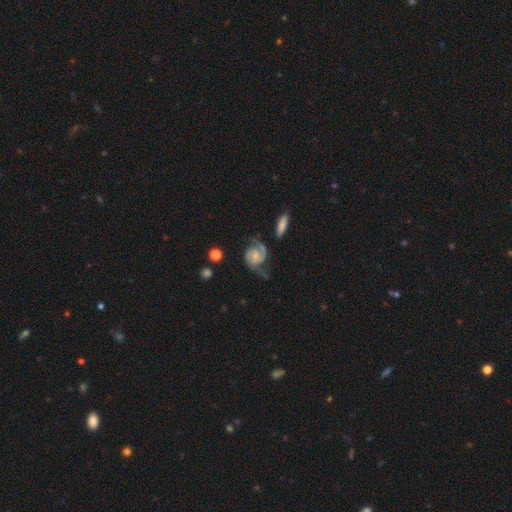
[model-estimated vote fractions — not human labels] smooth_or_featured: featured or disk (p=0.83) [alt: smooth p=0.11]
disk_edge_on: no (p=0.97) [alt: yes p=0.03]
bar: no (p=0.67) [alt: weak p=0.27]
has_spiral_arms: yes (p=0.96) [alt: no p=0.04]
spiral_winding: medium (p=0.46) [alt: tight p=0.31]
spiral_arm_count: 2 (p=0.85) [alt: 1 p=0.06]
bulge_size: small (p=0.44) [alt: moderate p=0.36]
merging: none (p=0.53) [alt: minor disturbance p=0.23]